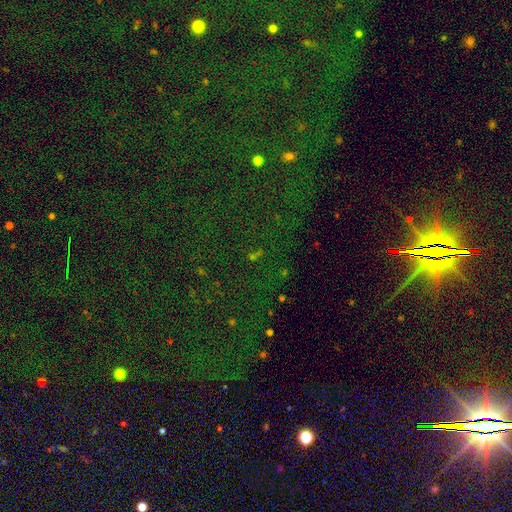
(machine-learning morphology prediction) A star or artifact, not a galaxy (81%).

Vote fractions:
- Smooth or featured? star or artifact: 81% / smooth: 10% / featured or disk: 8%